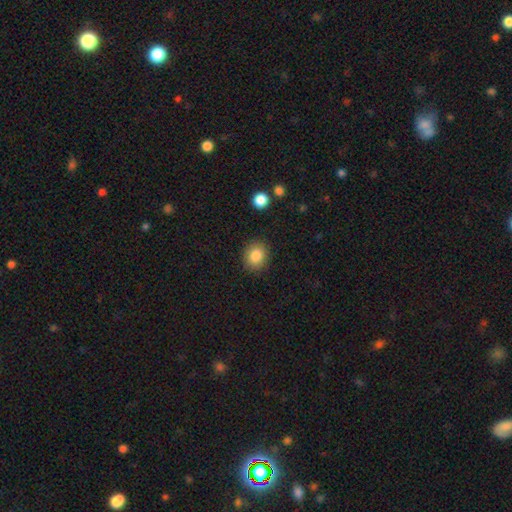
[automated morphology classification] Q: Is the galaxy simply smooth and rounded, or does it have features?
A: smooth — 85%.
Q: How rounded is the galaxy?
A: round — 71%.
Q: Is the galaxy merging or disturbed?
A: none — 88%.